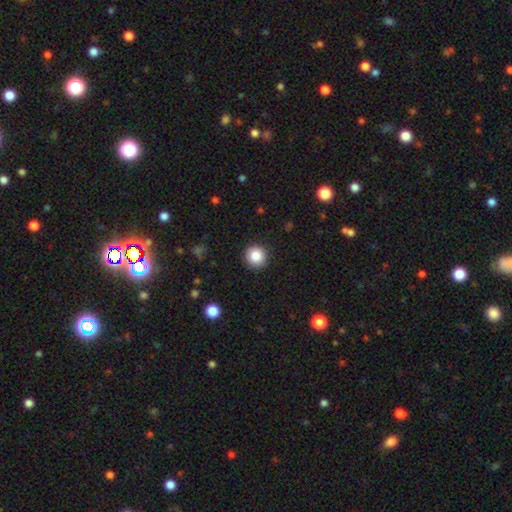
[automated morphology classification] This is clearly a smooth galaxy (86%). How rounded: clearly round (94%). Merging: clearly none (91%).